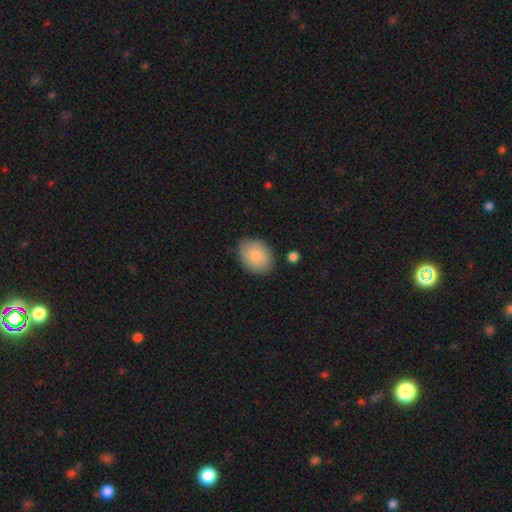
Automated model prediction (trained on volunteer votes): Morphology: type=smooth (86%); roundness=in between (60%); merging=none (81%).